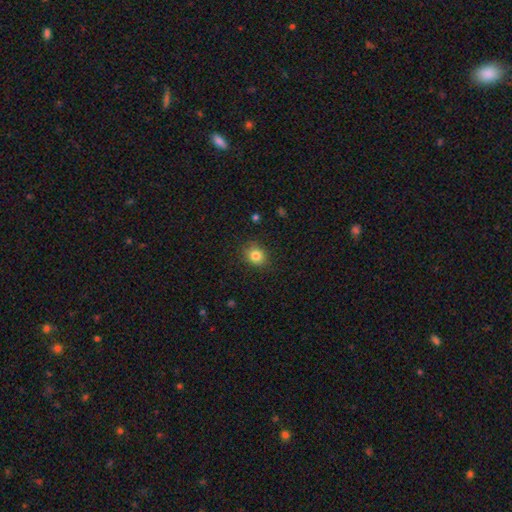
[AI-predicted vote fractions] This is clearly a smooth galaxy (83%). How rounded: likely round (67%). Merging: clearly none (85%).